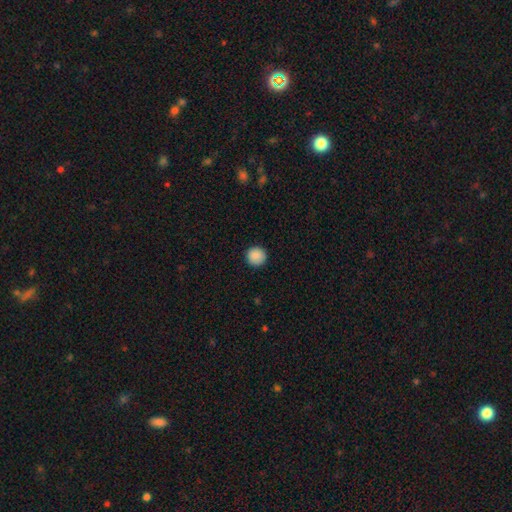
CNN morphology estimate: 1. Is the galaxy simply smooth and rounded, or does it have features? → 89% smooth, 8% star or artifact, 3% featured or disk.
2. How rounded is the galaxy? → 95% round, 4% in between, 1% cigar-shaped.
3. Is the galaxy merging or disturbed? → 92% none, 5% minor disturbance, 2% major disturbance, 1% merger.